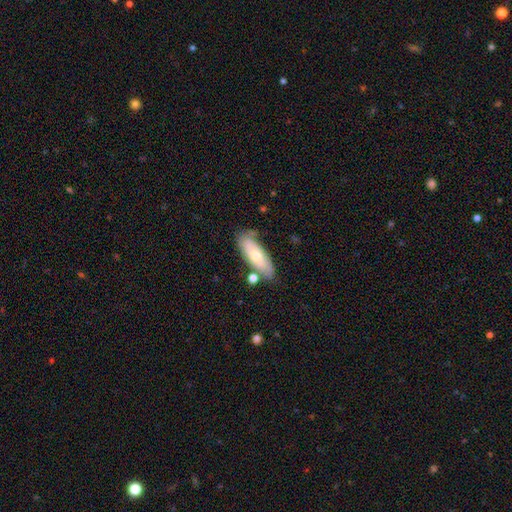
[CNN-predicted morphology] Smooth or featured: smooth — 56% (featured or disk — 38%)
How rounded: in between — 67% (cigar-shaped — 31%)
Merging: none — 71% (minor disturbance — 18%)